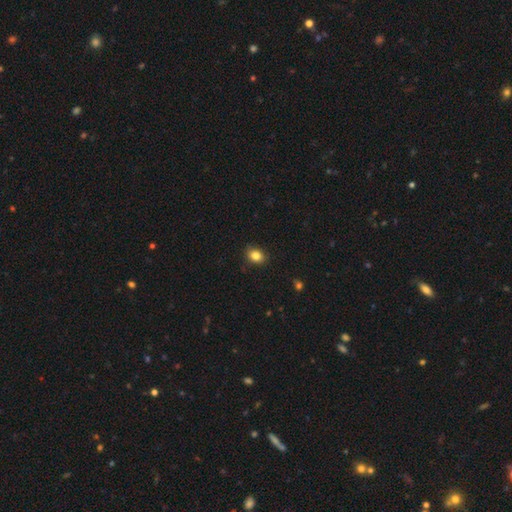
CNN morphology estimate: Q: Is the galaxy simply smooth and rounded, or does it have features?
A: smooth — 85%.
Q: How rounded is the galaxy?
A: in between — 53%.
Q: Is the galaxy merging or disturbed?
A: none — 86%.